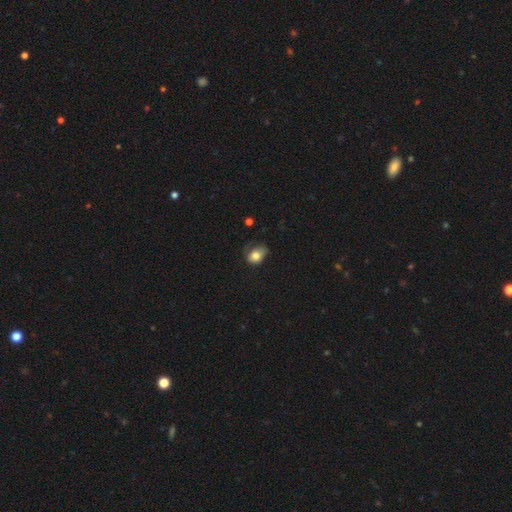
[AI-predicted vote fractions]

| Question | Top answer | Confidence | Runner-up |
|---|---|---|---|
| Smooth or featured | smooth | 76% | featured or disk (15%) |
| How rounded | in between | 63% | round (36%) |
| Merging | minor disturbance | 38% | none (33%) |